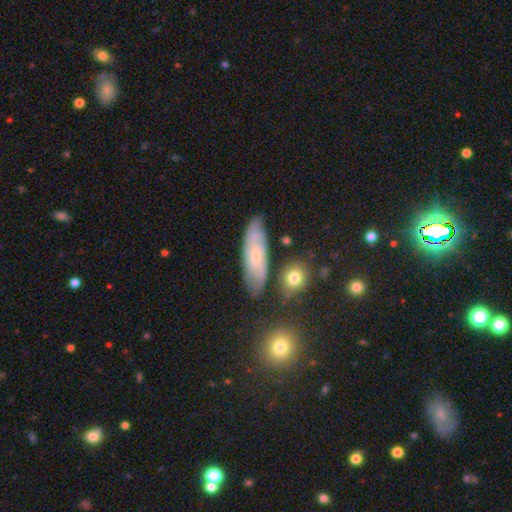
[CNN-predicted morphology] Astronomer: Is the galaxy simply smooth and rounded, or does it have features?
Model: featured or disk — 51% (runner-up: smooth, 42%).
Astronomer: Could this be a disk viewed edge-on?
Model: no — 80%.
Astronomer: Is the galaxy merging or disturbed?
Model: none — 74%.